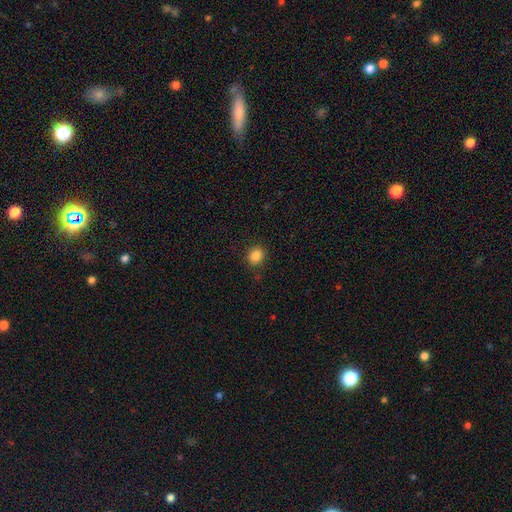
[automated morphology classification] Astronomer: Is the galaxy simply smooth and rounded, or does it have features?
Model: smooth — 86%.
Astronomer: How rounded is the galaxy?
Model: round — 67%.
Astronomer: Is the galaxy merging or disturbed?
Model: none — 88%.